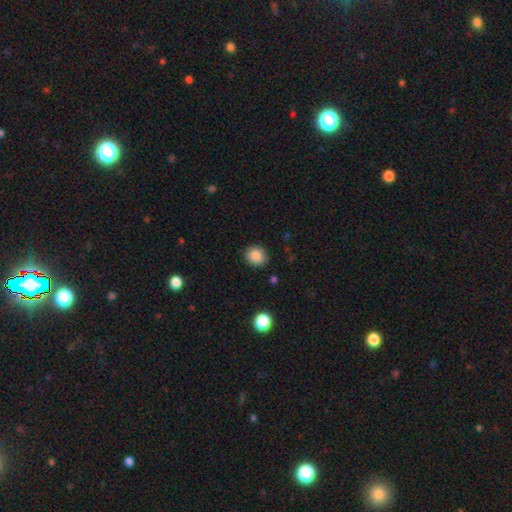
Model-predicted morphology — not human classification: Overall: smooth (87%). How rounded: round (79%). Merging: none (86%).